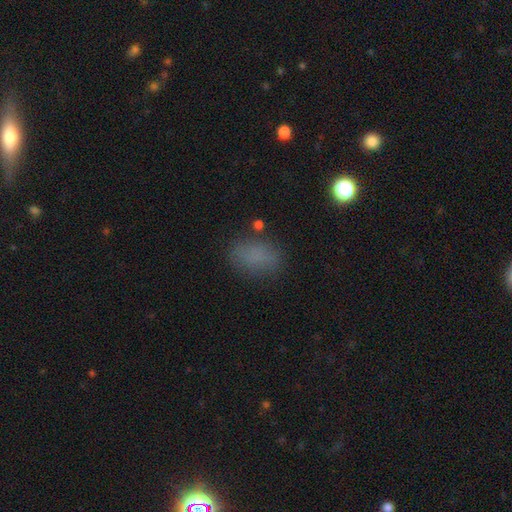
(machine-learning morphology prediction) Smooth or featured? smooth (76%)
How rounded? in between (83%)
Merging? none (76%)